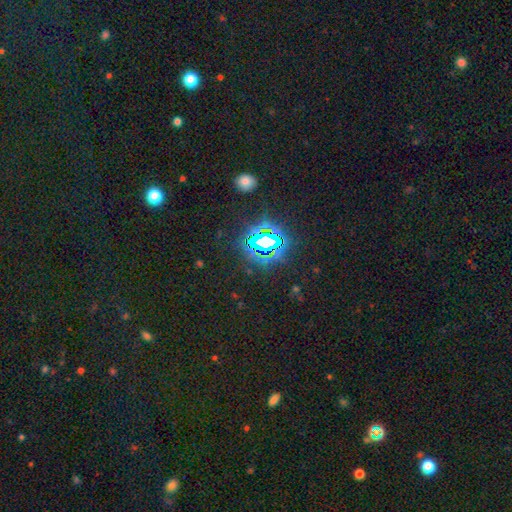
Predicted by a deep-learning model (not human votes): This appears to be a star or artifact, not a galaxy (73%).